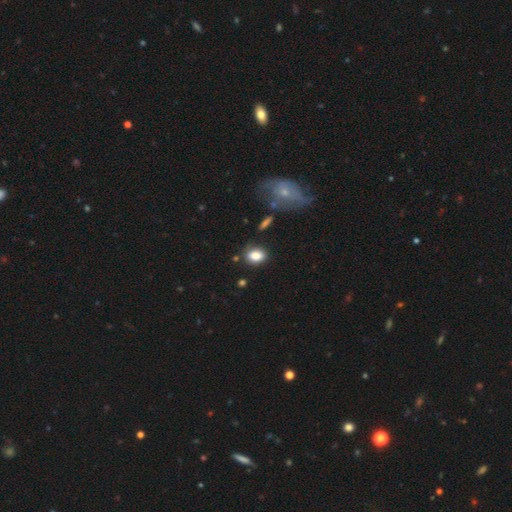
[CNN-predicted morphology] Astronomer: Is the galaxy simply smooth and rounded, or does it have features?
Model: smooth — 84%.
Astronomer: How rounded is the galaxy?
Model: in between — 71%.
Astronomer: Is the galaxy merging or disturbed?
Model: none — 75%.